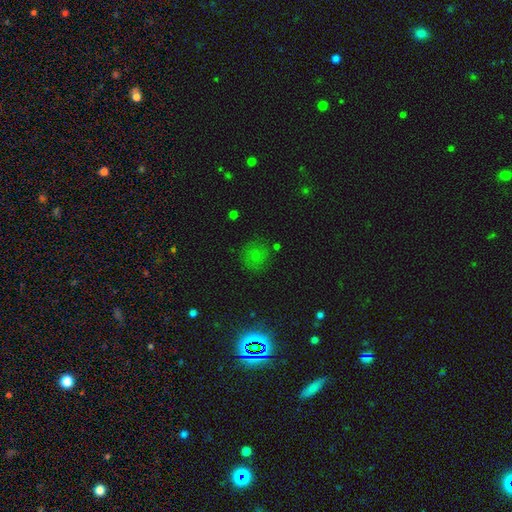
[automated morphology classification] Q: Smooth or featured?
A: smooth (67%); runner-up: star or artifact (19%)
Q: How rounded?
A: round (87%); runner-up: in between (12%)
Q: Merging?
A: none (76%); runner-up: minor disturbance (16%)